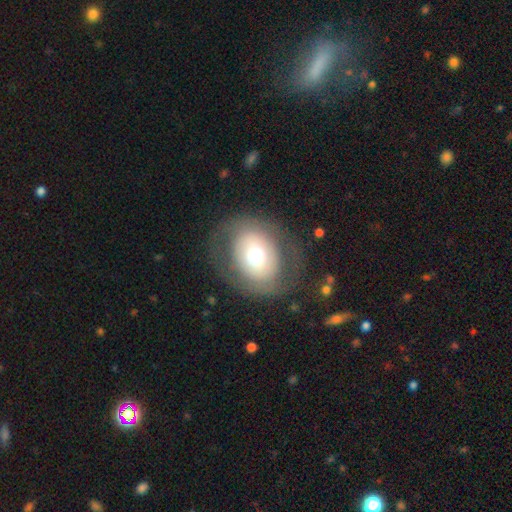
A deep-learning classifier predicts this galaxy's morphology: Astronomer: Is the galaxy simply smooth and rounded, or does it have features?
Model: smooth — 52% (runner-up: featured or disk, 39%).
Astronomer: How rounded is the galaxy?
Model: round — 50%, tied with in between at 50%.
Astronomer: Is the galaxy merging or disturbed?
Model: none — 73%.